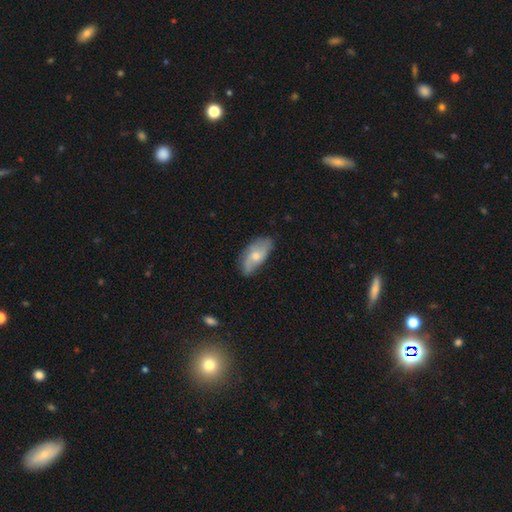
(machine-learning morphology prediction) The model was most divided on "smooth or featured": featured or disk: 47%, smooth: 46%, star or artifact: 6%. More confident: merging — none (65%).